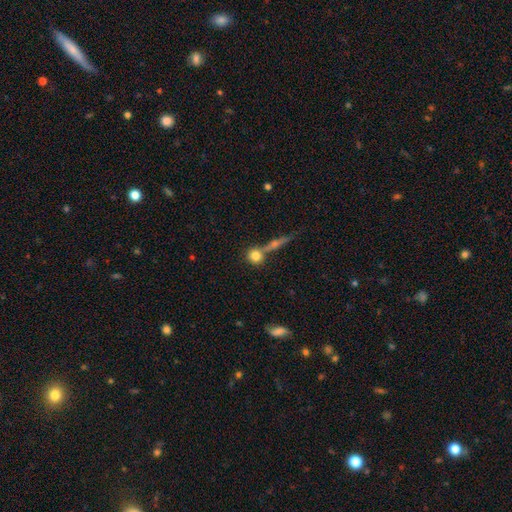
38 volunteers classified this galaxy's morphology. smooth-or-featured: smooth: 76% | featured or disk: 18% | star or artifact: 5%
  how-rounded: round: 76% | cigar-shaped: 14% | in between: 10%
  merging: none: 58% | merger: 28% | major disturbance: 8% | minor disturbance: 6%